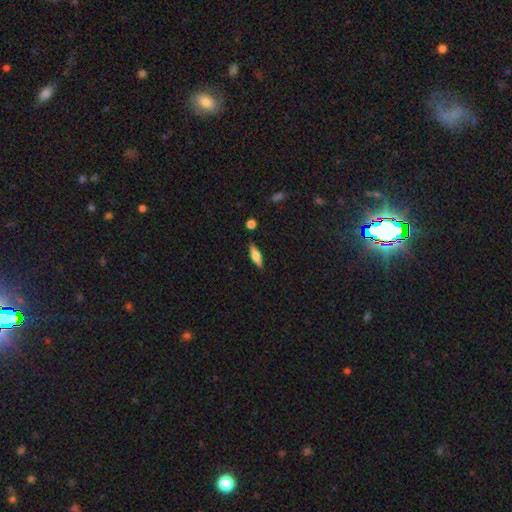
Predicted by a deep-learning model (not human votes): The model was most divided on "smooth or featured": smooth: 48%, featured or disk: 45%, star or artifact: 7%. More confident: merging — none (86%).